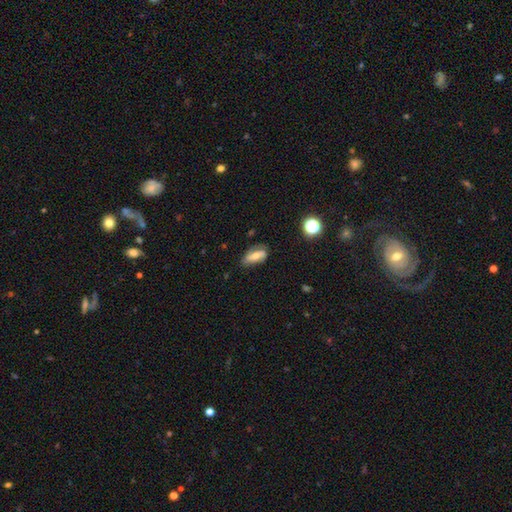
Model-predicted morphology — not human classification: smooth-or-featured: featured or disk: 50% | smooth: 41% | star or artifact: 9%
  disk-edge-on: no: 85% | yes: 15%
  merging: none: 64% | minor disturbance: 26% | major disturbance: 8% | merger: 2%